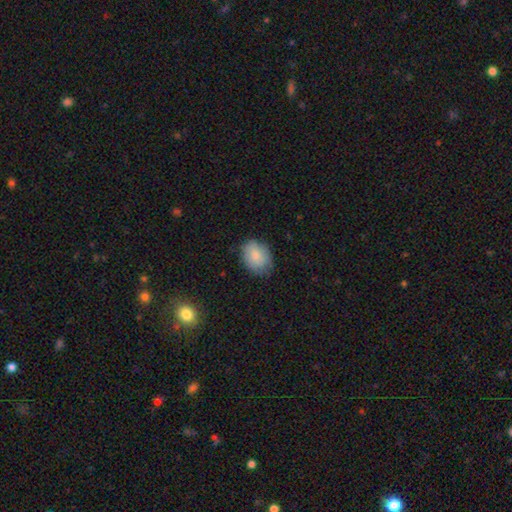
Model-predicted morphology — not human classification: smooth_or_featured: smooth (p=0.85) [alt: featured or disk p=0.09]
how_rounded: in between (p=0.66) [alt: round p=0.33]
merging: none (p=0.74) [alt: minor disturbance p=0.21]